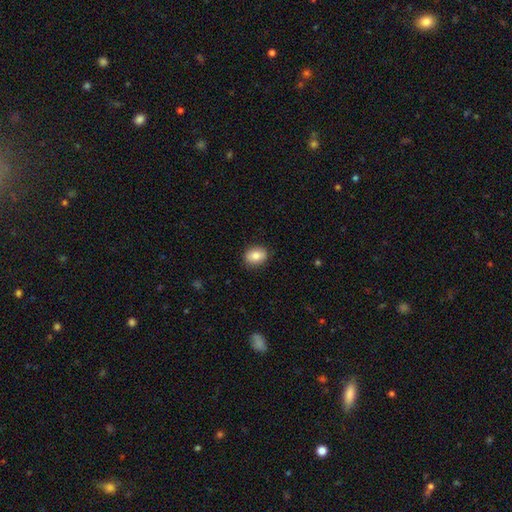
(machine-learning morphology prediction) smooth_or_featured: smooth (p=0.84) [alt: star or artifact p=0.08]
how_rounded: in between (p=0.58) [alt: round p=0.41]
merging: none (p=0.87) [alt: minor disturbance p=0.10]